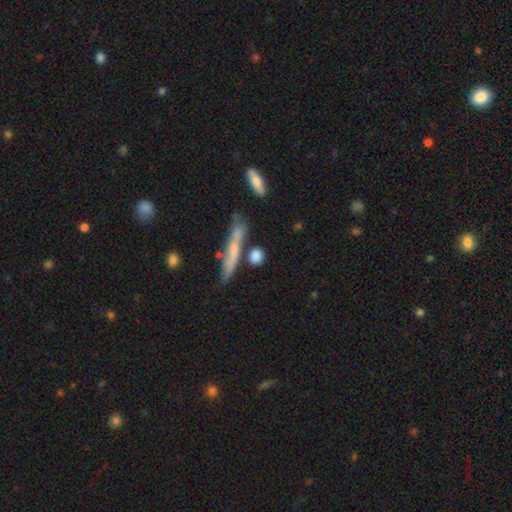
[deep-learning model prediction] smooth 78%, featured or disk 15%, star or artifact 8%. Down the decision tree: how rounded — round (51%); merging — none (71%).